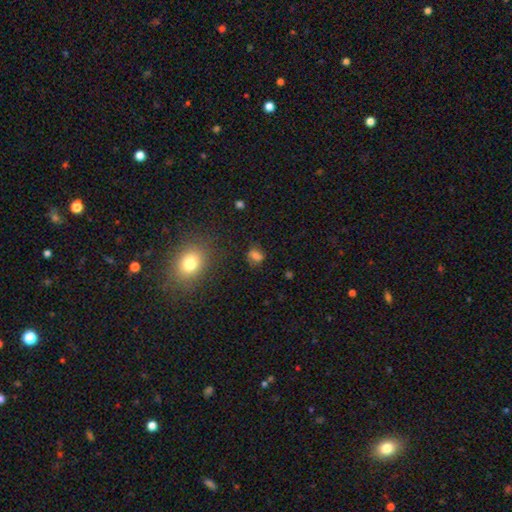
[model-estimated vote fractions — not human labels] A smooth galaxy with no disk features (67%) that is in between round and cigar-shaped (56%).

Vote fractions:
- Smooth or featured? smooth: 67% / featured or disk: 17% / star or artifact: 17%
- How rounded? in between: 56% / round: 42% / cigar-shaped: 2%
- Merging? none: 67% / minor disturbance: 19% / major disturbance: 8% / merger: 5%